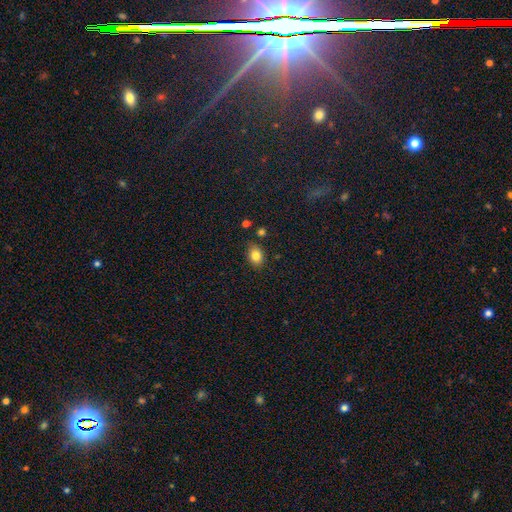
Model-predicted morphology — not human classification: A smooth galaxy with no disk features (82%) that is in between round and cigar-shaped (67%). Merging: none (81%).